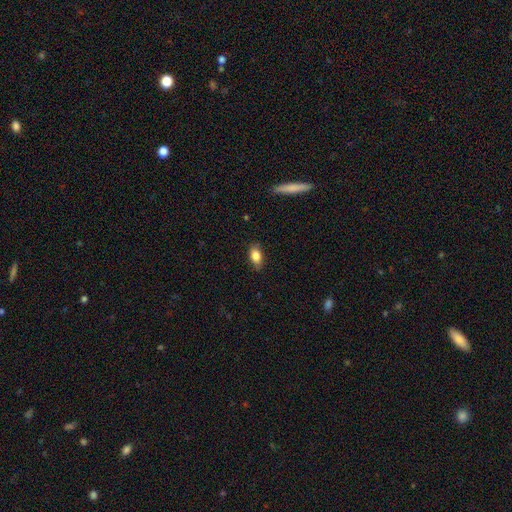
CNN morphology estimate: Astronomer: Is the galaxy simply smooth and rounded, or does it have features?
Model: smooth — 83%.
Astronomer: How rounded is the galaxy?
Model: in between — 85%.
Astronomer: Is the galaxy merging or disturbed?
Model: none — 80%.